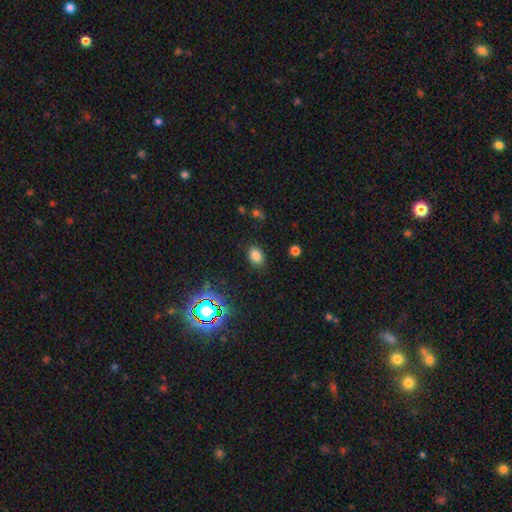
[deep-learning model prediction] Smooth or featured: smooth — 78% (star or artifact — 16%)
How rounded: in between — 78% (round — 21%)
Merging: none — 86% (minor disturbance — 10%)